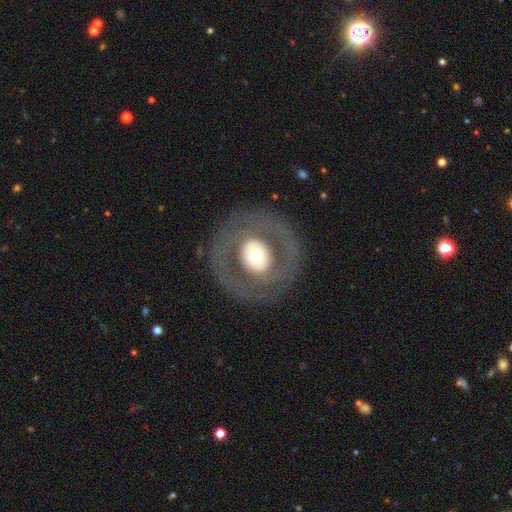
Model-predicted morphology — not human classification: Overall: featured or disk (59%; smooth 34%). Edge-on disk: no (94%). Bar: no (78%). Spiral arms: no (79%). Bulge size: moderate (55%; large 30%). Merging: none (81%).